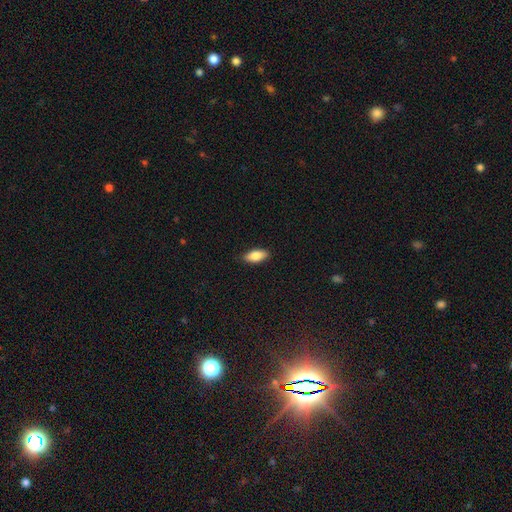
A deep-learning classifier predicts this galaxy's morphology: Overall: smooth (83%). How rounded: in between (85%). Merging: none (88%).